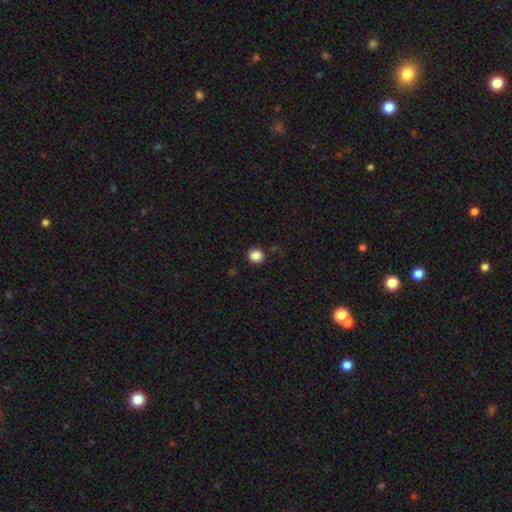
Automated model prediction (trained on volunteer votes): Q: Smooth or featured?
A: smooth (87%); runner-up: star or artifact (11%)
Q: How rounded?
A: round (89%); runner-up: in between (10%)
Q: Merging?
A: none (90%); runner-up: minor disturbance (7%)